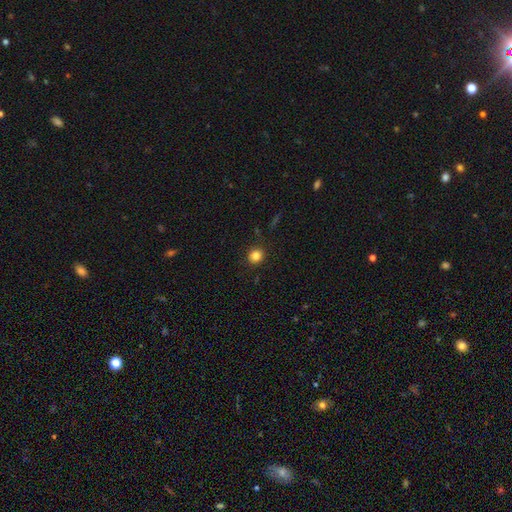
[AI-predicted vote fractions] Smooth or featured?
  - smooth: 84% *
  - star or artifact: 12%
  - featured or disk: 4%
How rounded?
  - round: 88% *
  - in between: 11%
  - cigar-shaped: 1%
Merging?
  - none: 89% *
  - minor disturbance: 7%
  - major disturbance: 2%
  - merger: 1%